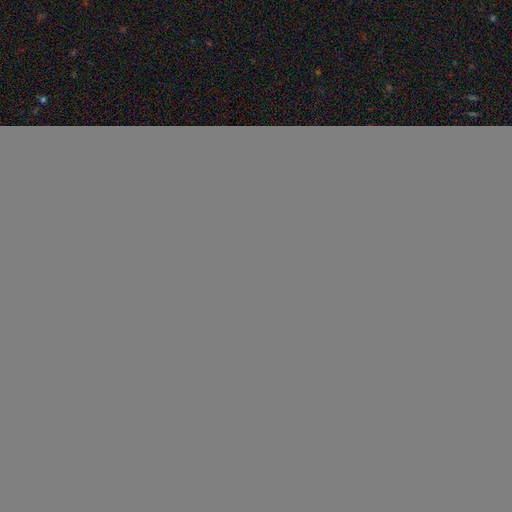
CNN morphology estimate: This is likely a smooth galaxy (77%). How rounded: likely round (79%). Merging: possibly merger (51%).